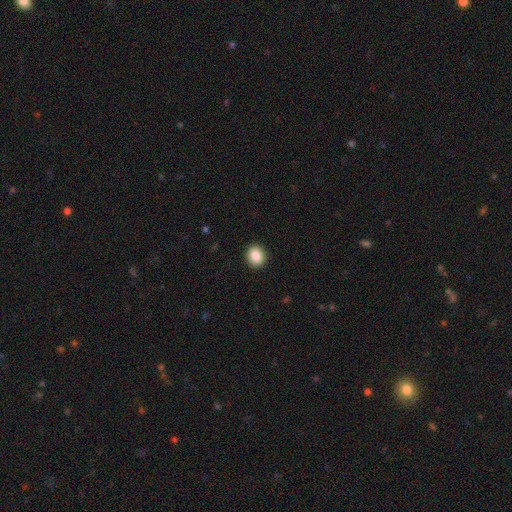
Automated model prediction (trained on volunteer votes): Smooth or featured? Predicted: smooth (p=0.87). How rounded? Predicted: round (p=0.70). Merging? Predicted: none (p=0.92).